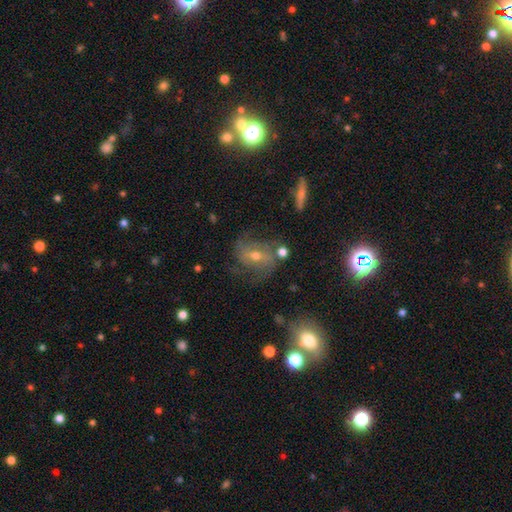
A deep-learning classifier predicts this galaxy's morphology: Smooth or featured? featured or disk (65%)
Edge-on disk? no (94%)
Bar? weak (40%)
Spiral arms? yes (82%)
Spiral winding? medium (44%)
Spiral arm count? 2 (47%)
Bulge size? moderate (59%)
Merging? none (61%)